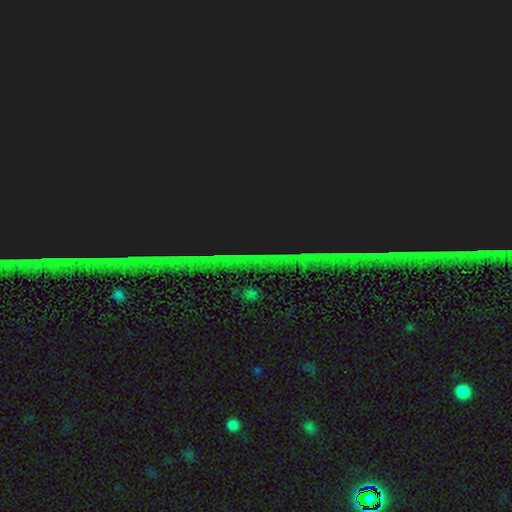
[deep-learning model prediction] Smooth or featured? star or artifact (83%)